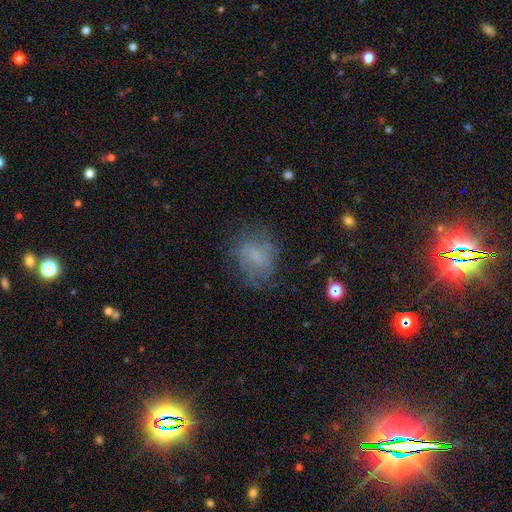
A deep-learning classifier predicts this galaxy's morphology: This appears to be a smooth galaxy with no disk features (52%) that is in between round and cigar-shaped (57%). Merging: none (60%).